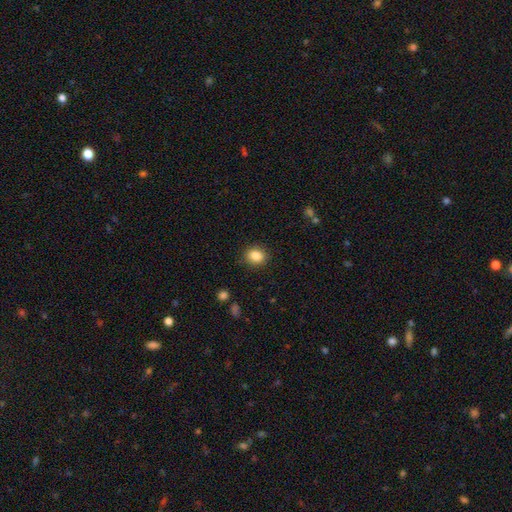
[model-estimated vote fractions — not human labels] smooth-or-featured: smooth: 86% | star or artifact: 9% | featured or disk: 5%
  how-rounded: round: 60% | in between: 39% | cigar-shaped: 1%
  merging: none: 87% | minor disturbance: 9% | major disturbance: 3% | merger: 1%